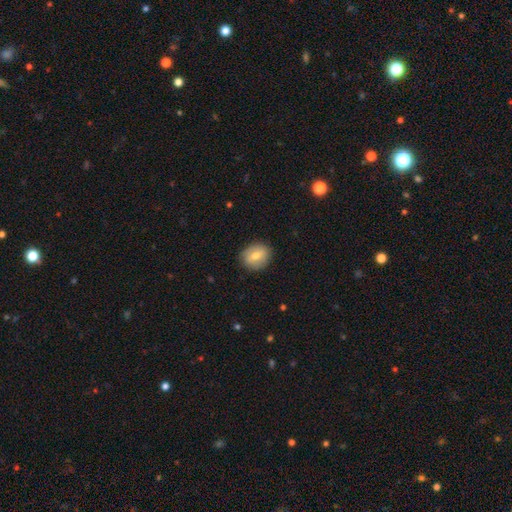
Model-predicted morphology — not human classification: type=smooth (69%); roundness=round (68%); merging=none (88%).